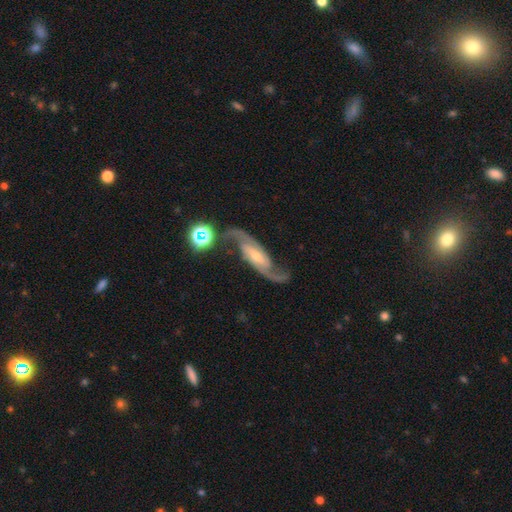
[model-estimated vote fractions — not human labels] Morphology: type=featured or disk (90%); edge-on=no (93%); bar=weak (40%); spiral arms=yes (98%); winding=medium (48%); arm count=2 (93%); bulge=small (53%); merging=none (74%).